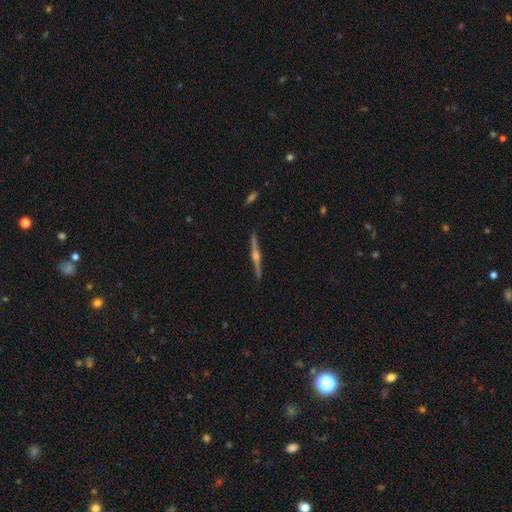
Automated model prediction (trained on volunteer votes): Smooth or featured? featured or disk (73%)
Edge-on disk? yes (95%)
Edge-on bulge? rounded (87%)
Merging? none (87%)